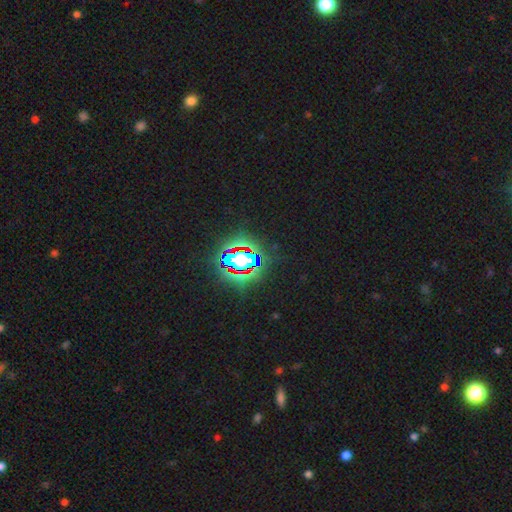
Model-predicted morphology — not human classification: Overall: star or artifact (82%).